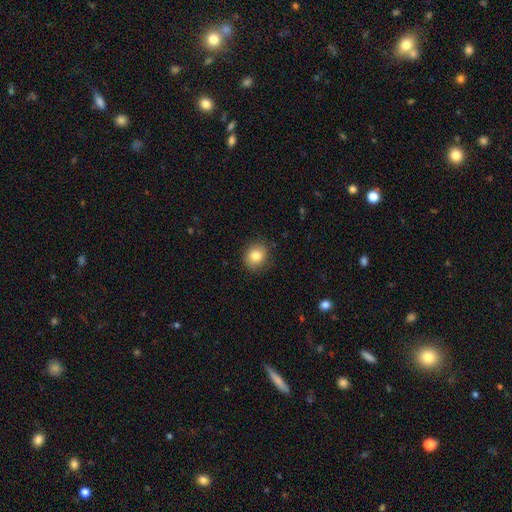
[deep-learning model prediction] Smooth or featured?
  - smooth: 82% *
  - star or artifact: 10%
  - featured or disk: 8%
How rounded?
  - round: 73% *
  - in between: 26%
  - cigar-shaped: 1%
Merging?
  - none: 85% *
  - minor disturbance: 11%
  - major disturbance: 3%
  - merger: 1%